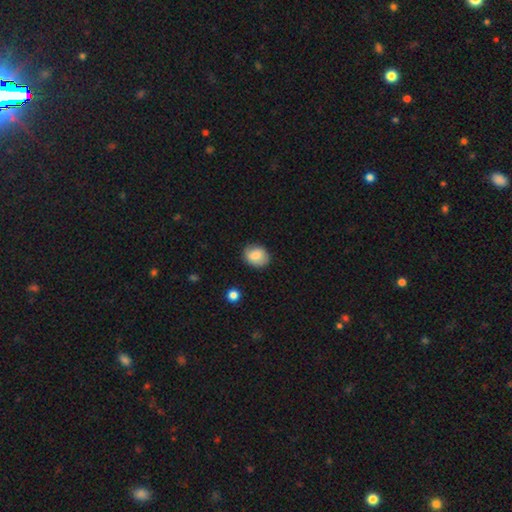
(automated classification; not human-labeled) The model was most divided on "how rounded": round: 51%, in between: 48%, cigar-shaped: 1%. More confident: smooth or featured — smooth (81%); merging — none (81%).